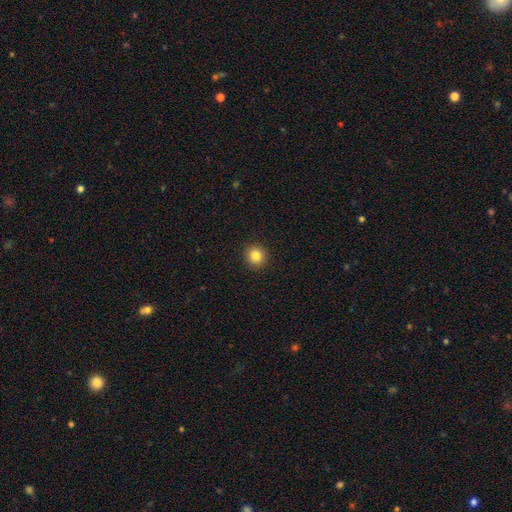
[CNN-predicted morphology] Q: Smooth or featured?
A: smooth (84%); runner-up: star or artifact (11%)
Q: How rounded?
A: round (91%); runner-up: in between (8%)
Q: Merging?
A: none (93%); runner-up: minor disturbance (5%)